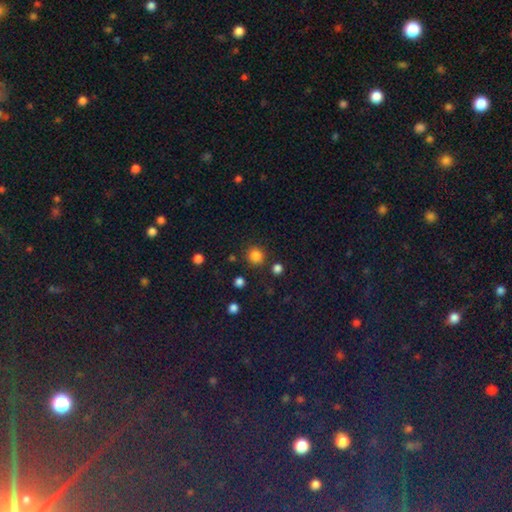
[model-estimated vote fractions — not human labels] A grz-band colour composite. It shows a smooth galaxy with no disk features (83%) that is round (91%). Merging: none (85%).